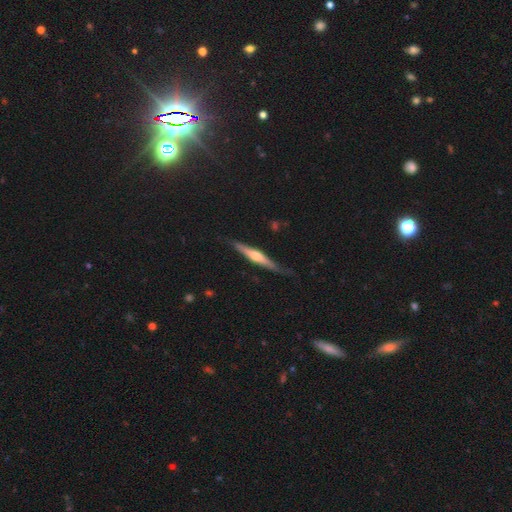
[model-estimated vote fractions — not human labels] Smooth or featured: featured or disk — 64% (smooth — 30%)
Edge-on disk: yes — 96% (no — 4%)
Edge-on bulge: rounded — 81% (none — 10%)
Merging: none — 78% (minor disturbance — 17%)